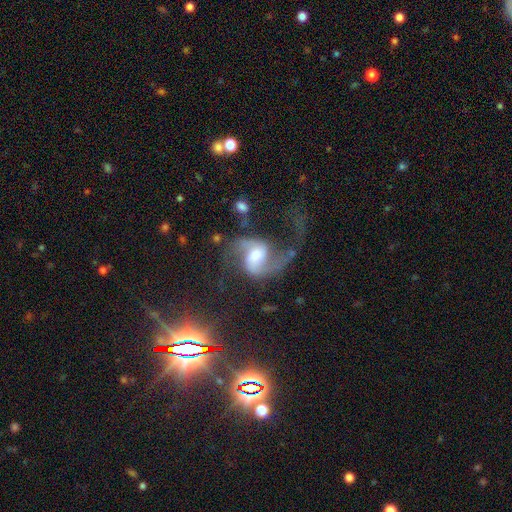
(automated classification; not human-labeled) Smooth or featured: featured or disk — 87% (smooth — 7%)
Edge-on disk: no — 98% (yes — 2%)
Bar: weak — 50% (no — 30%)
Spiral arms: yes — 96% (no — 4%)
Spiral winding: loose — 64% (medium — 31%)
Spiral arm count: 2 — 91% (1 — 3%)
Bulge size: moderate — 54% (small — 24%)
Merging: none — 51% (major disturbance — 28%)